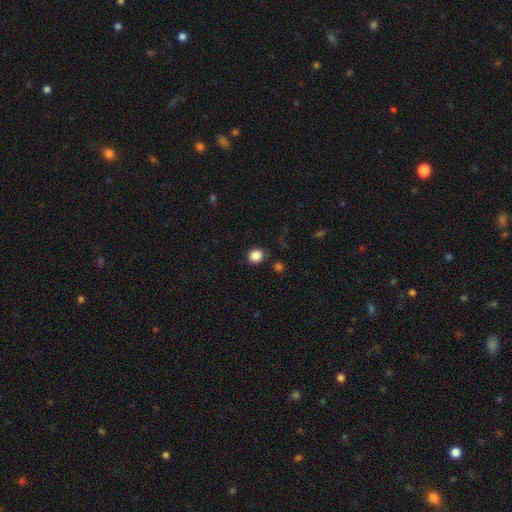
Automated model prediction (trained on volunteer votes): Morphology: type=smooth (87%); roundness=round (86%); merging=none (88%).